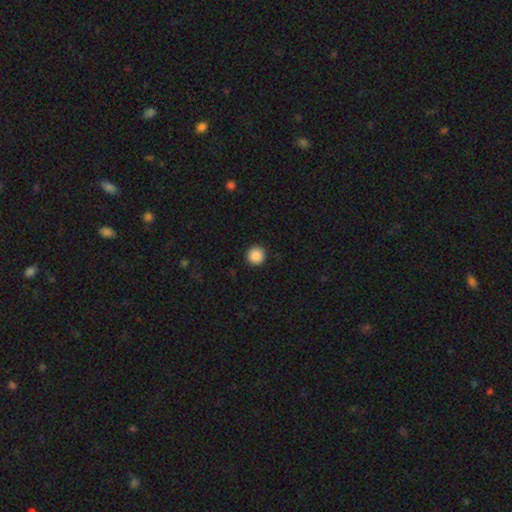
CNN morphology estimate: Q: Smooth or featured?
A: smooth (89%); runner-up: star or artifact (9%)
Q: How rounded?
A: round (96%); runner-up: in between (3%)
Q: Merging?
A: none (93%); runner-up: minor disturbance (5%)